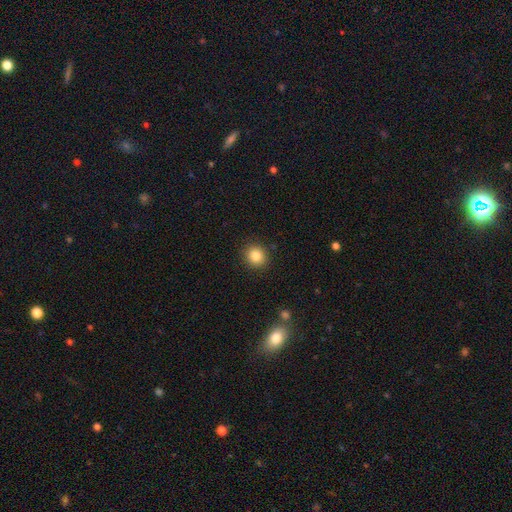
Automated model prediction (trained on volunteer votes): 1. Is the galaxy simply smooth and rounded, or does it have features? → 84% smooth, 10% star or artifact, 6% featured or disk.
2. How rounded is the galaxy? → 84% round, 15% in between, 1% cigar-shaped.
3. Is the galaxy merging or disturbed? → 90% none, 7% minor disturbance, 2% major disturbance, 1% merger.